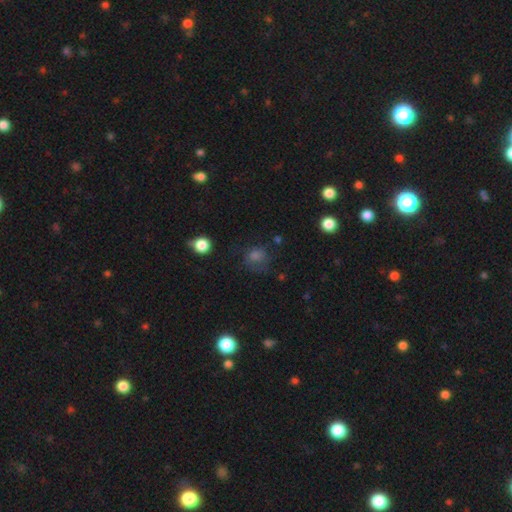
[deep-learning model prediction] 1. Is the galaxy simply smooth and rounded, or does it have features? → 63% smooth, 24% star or artifact, 13% featured or disk.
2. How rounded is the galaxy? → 72% round, 26% in between, 1% cigar-shaped.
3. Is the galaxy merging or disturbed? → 58% none, 22% minor disturbance, 17% major disturbance, 3% merger.